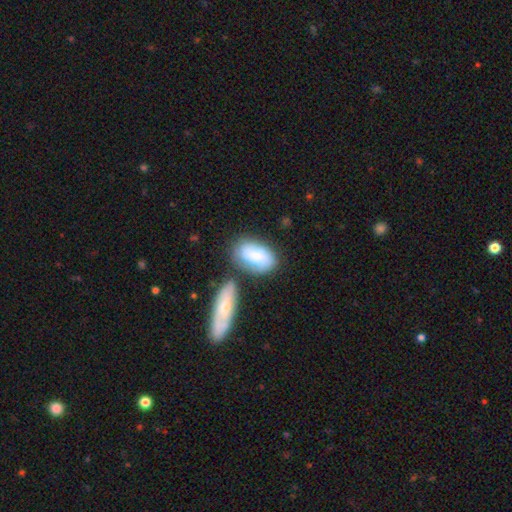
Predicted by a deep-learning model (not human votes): Q: Smooth or featured?
A: smooth (67%); runner-up: featured or disk (27%)
Q: How rounded?
A: in between (89%); runner-up: round (8%)
Q: Merging?
A: none (48%); runner-up: merger (25%)